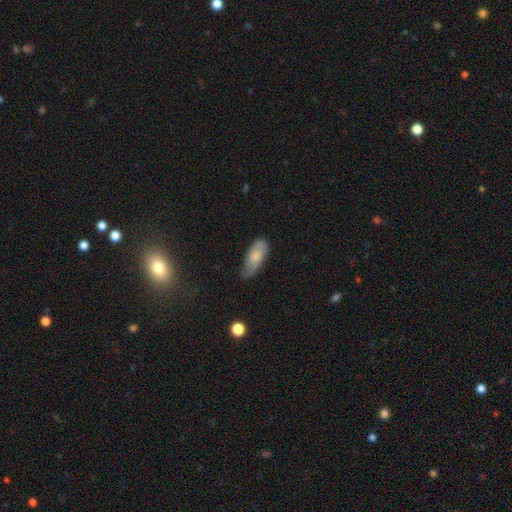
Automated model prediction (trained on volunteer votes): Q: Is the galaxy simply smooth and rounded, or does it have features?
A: smooth — 72%.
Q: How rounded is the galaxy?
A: in between — 80%.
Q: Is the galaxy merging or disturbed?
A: none — 54%.